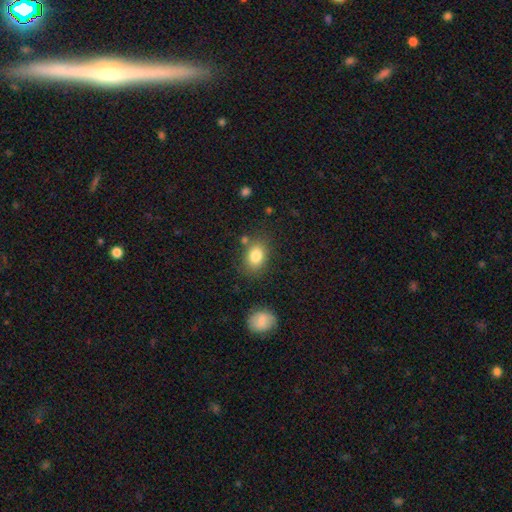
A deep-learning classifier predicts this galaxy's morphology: Smooth or featured?
  - smooth: 83% *
  - star or artifact: 9%
  - featured or disk: 8%
How rounded?
  - in between: 68% *
  - round: 30%
  - cigar-shaped: 1%
Merging?
  - none: 75% *
  - minor disturbance: 15%
  - merger: 6%
  - major disturbance: 4%